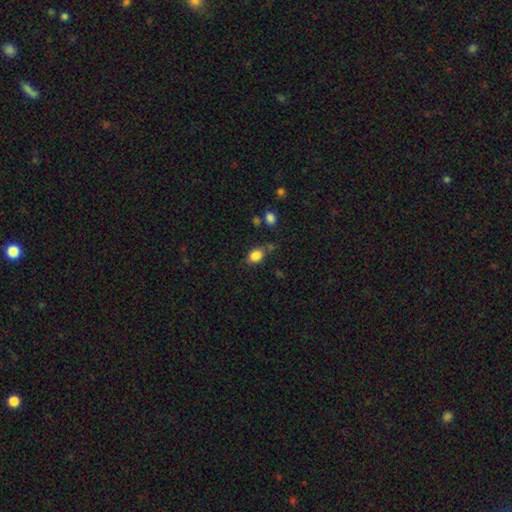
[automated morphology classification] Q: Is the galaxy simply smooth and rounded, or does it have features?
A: smooth — 85%.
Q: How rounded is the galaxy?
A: in between — 71%.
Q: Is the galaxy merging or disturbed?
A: none — 64%.